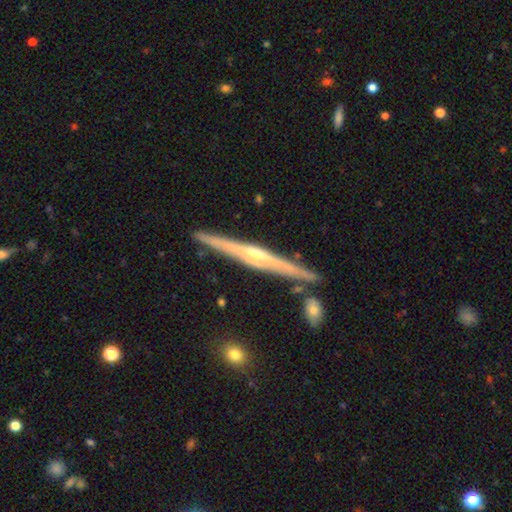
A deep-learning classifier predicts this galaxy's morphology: Smooth or featured? Predicted: featured or disk (p=0.82). Edge-on disk? Predicted: yes (p=0.98). Edge-on bulge? Predicted: rounded (p=0.81). Merging? Predicted: none (p=0.86).